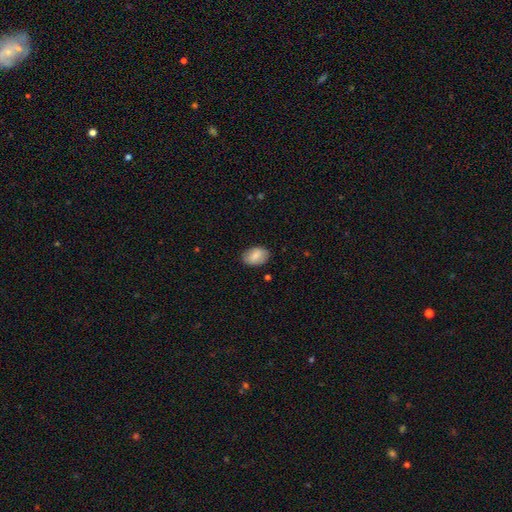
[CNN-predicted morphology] type=smooth (82%); roundness=in between (86%); merging=none (83%).